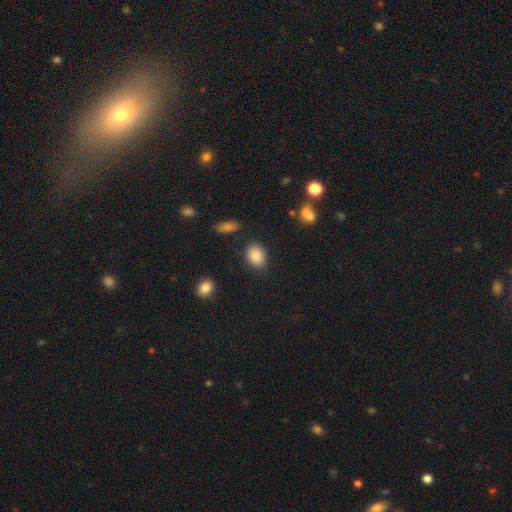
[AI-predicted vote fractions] This appears to be a smooth galaxy with no disk features (88%) that is in between round and cigar-shaped (68%). Merging: none (82%).